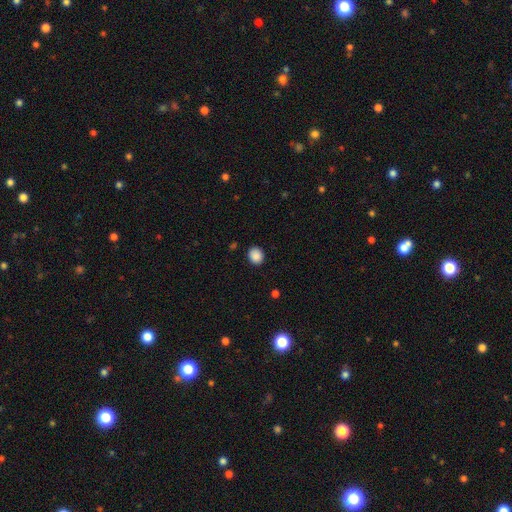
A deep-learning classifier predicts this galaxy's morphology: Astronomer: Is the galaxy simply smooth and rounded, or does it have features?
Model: smooth — 89%.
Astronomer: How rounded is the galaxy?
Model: round — 64%.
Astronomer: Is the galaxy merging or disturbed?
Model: none — 89%.